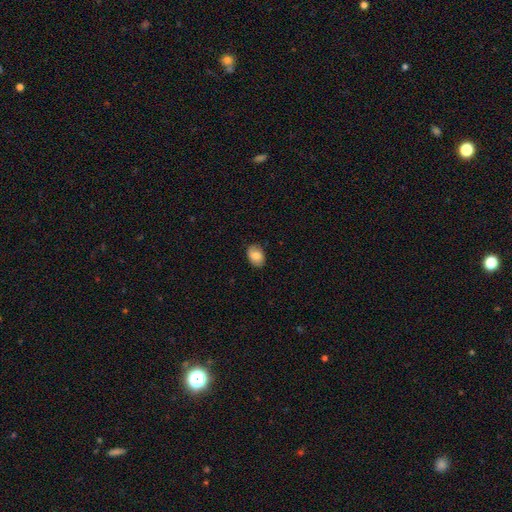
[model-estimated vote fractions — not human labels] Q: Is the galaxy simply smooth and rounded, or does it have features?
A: smooth — 81%.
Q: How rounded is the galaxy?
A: in between — 79%.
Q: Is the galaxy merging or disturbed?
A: none — 83%.